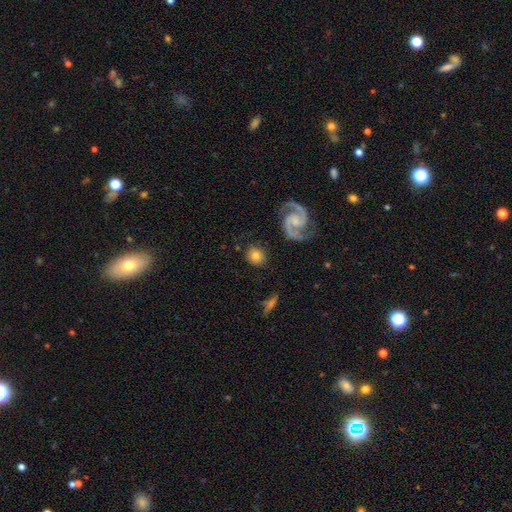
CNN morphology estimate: type=smooth (58%); roundness=round (85%); merging=none (83%).